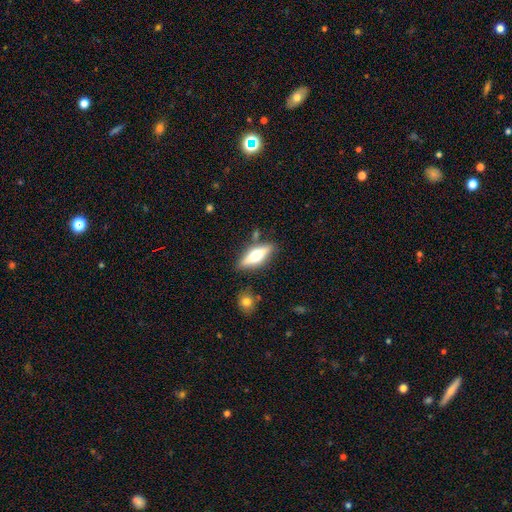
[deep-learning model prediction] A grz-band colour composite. It shows a featured or disk galaxy (51%) viewed edge-on (90%). Merging: none (82%).